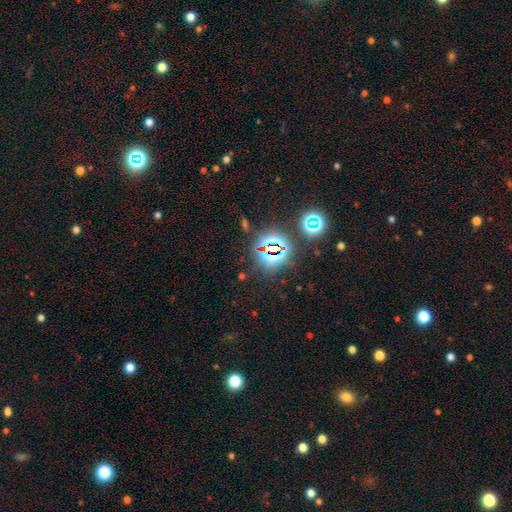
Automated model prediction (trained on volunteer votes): A star or artifact, not a galaxy (80%).